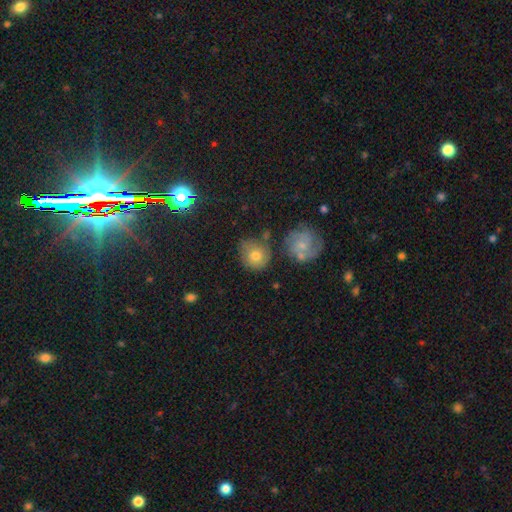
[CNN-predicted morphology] This is likely a smooth galaxy (70%). How rounded: clearly round (86%). Merging: likely none (67%).